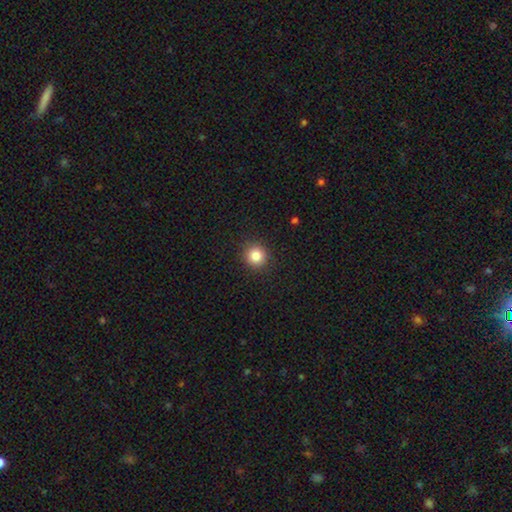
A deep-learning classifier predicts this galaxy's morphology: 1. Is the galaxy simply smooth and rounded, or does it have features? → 84% smooth, 11% star or artifact, 5% featured or disk.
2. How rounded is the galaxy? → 93% round, 6% in between, 1% cigar-shaped.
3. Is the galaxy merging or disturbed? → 91% none, 5% minor disturbance, 2% major disturbance, 1% merger.